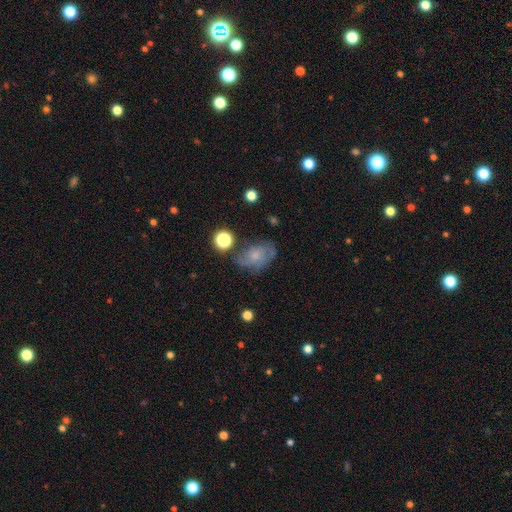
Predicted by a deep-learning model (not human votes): A smooth galaxy with no disk features (49%).

Vote fractions:
- Smooth or featured? smooth: 49% / featured or disk: 39% / star or artifact: 12%
- Merging? none: 55% / minor disturbance: 26% / major disturbance: 13% / merger: 5%